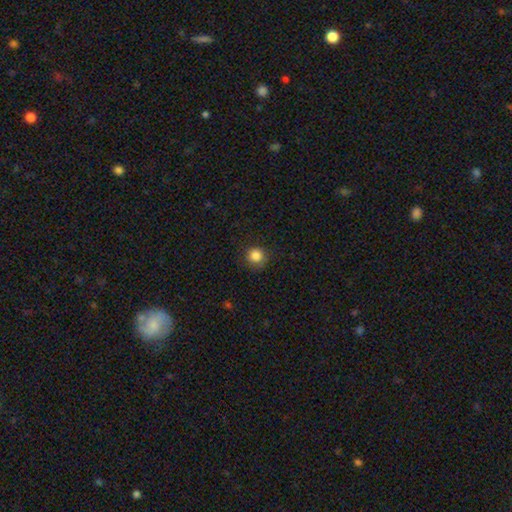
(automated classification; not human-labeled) This is clearly a smooth galaxy (85%). How rounded: clearly round (92%). Merging: clearly none (83%).